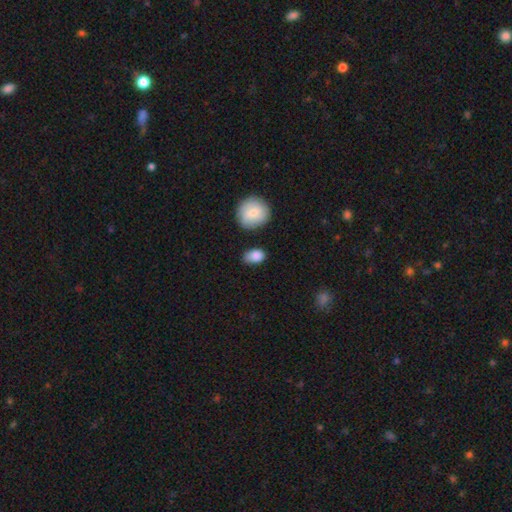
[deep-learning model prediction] smooth_or_featured: smooth (p=0.87) [alt: star or artifact p=0.07]
how_rounded: in between (p=0.80) [alt: round p=0.18]
merging: none (p=0.70) [alt: minor disturbance p=0.21]